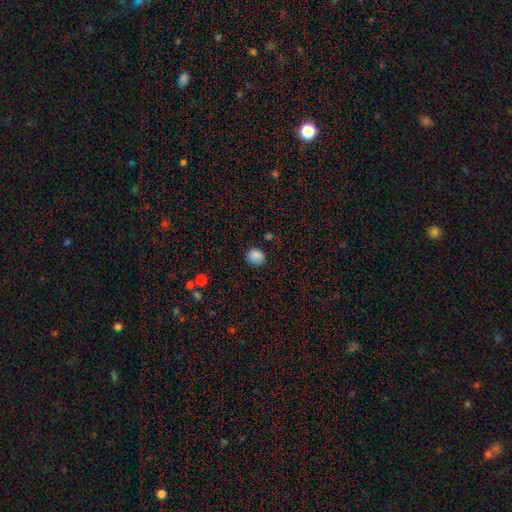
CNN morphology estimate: type=smooth (85%); roundness=round (72%); merging=none (78%).